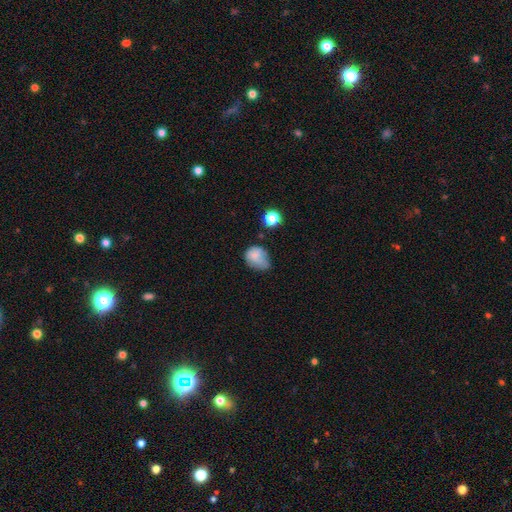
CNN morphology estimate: Smooth or featured? smooth (75%)
How rounded? in between (51%)
Merging? minor disturbance (42%)